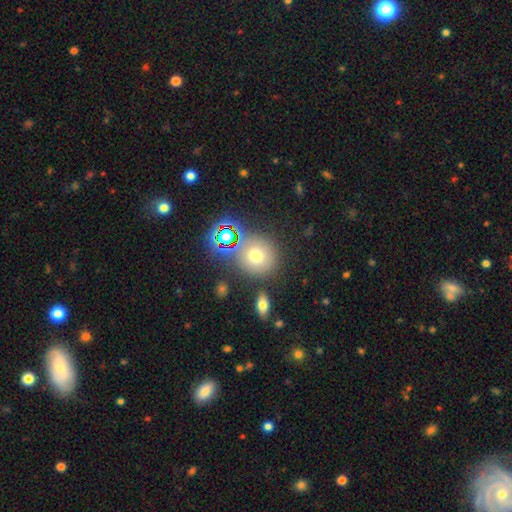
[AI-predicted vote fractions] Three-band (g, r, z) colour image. It shows a smooth galaxy with no disk features (66%) that is round (87%). Merging: none (74%).